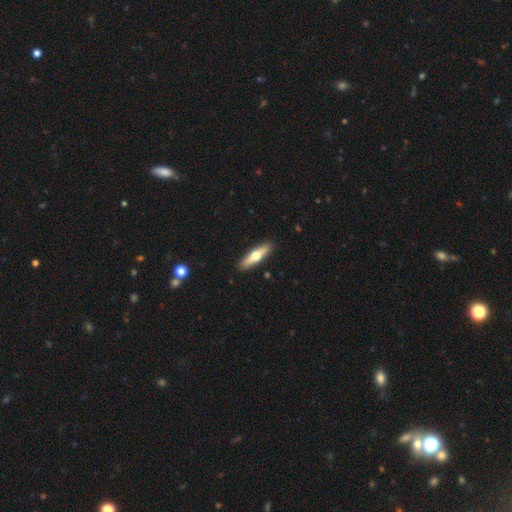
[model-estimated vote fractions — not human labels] Morphology: type=featured or disk (48%); merging=none (91%).